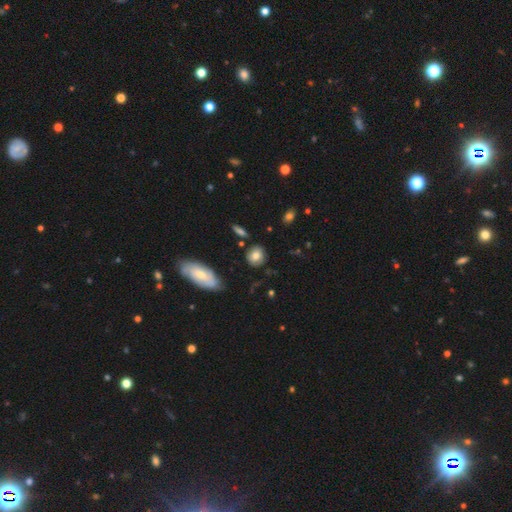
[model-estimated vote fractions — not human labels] Q: Smooth or featured?
A: smooth (72%); runner-up: featured or disk (18%)
Q: How rounded?
A: round (70%); runner-up: in between (28%)
Q: Merging?
A: none (76%); runner-up: minor disturbance (16%)